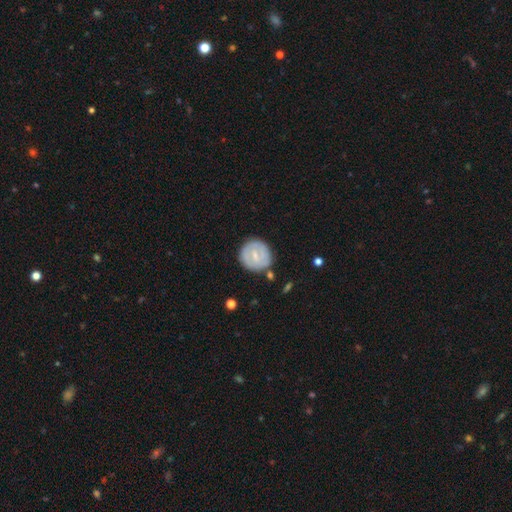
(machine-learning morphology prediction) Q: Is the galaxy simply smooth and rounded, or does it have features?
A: featured or disk — 49%.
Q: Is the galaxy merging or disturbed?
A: none — 77%.